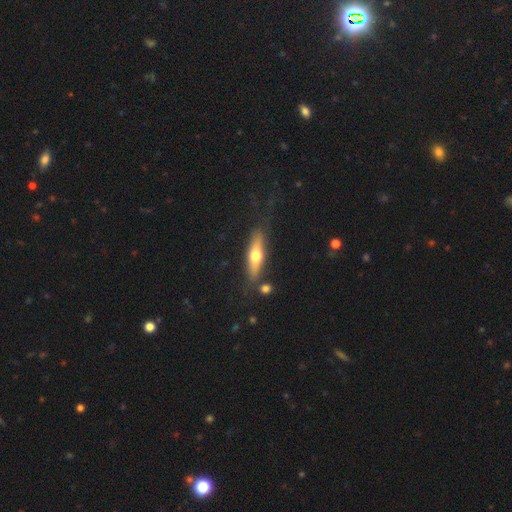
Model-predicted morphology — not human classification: Overall: smooth (49%; featured or disk 45%). Merging: none (78%).